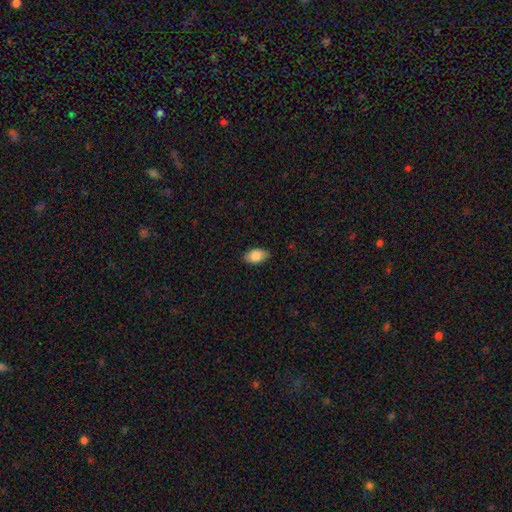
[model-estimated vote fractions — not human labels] Smooth or featured: smooth — 86% (featured or disk — 7%)
How rounded: in between — 91% (round — 7%)
Merging: none — 85% (minor disturbance — 12%)